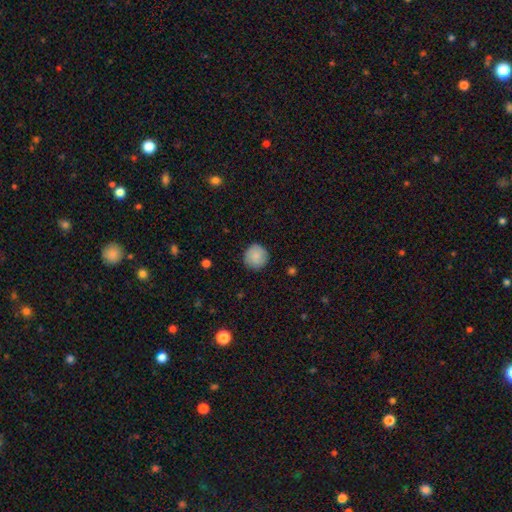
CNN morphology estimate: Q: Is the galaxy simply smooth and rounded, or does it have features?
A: smooth — 87%.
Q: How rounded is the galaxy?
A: round — 94%.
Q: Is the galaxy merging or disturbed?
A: none — 88%.